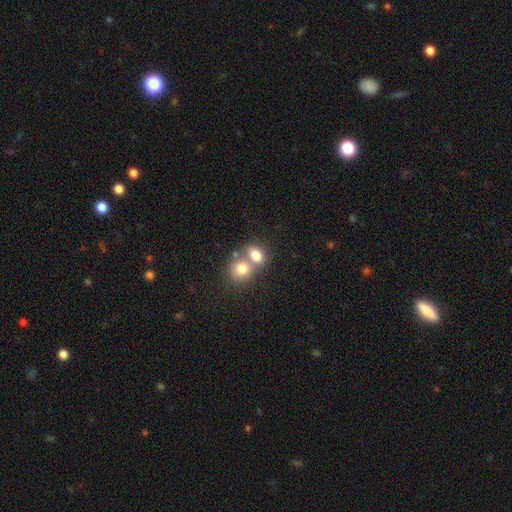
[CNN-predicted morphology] The model was most divided on "how rounded": in between: 53%, round: 45%, cigar-shaped: 1%. More confident: smooth or featured — smooth (77%); merging — merger (57%).